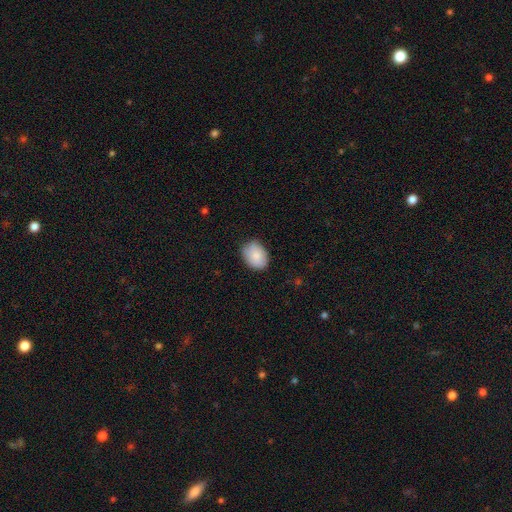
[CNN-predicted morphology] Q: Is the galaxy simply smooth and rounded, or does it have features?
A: smooth — 86%.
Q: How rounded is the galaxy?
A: in between — 72%.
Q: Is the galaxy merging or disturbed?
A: none — 79%.